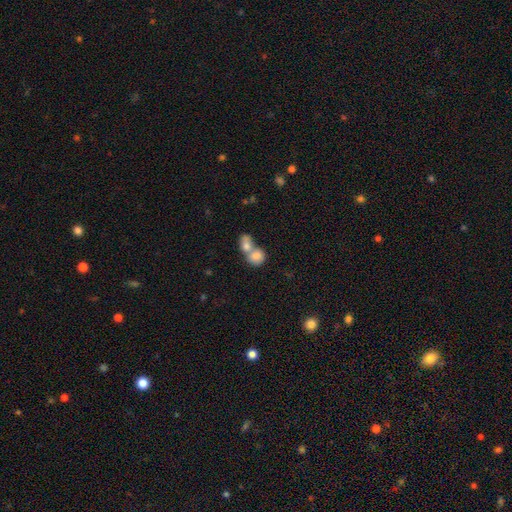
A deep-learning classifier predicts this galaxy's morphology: Smooth or featured?
  - smooth: 80% *
  - featured or disk: 13%
  - star or artifact: 8%
How rounded?
  - round: 60% *
  - in between: 38%
  - cigar-shaped: 2%
Merging?
  - merger: 73% *
  - none: 19%
  - minor disturbance: 5%
  - major disturbance: 3%